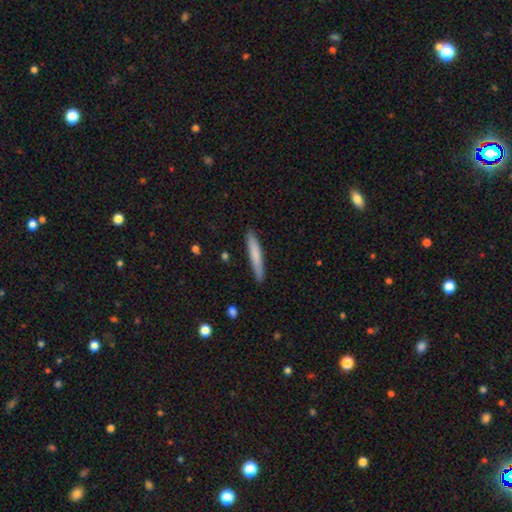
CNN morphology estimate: This appears to be a smooth galaxy with no disk features (74%) that is cigar-shaped (94%). Merging: none (88%).